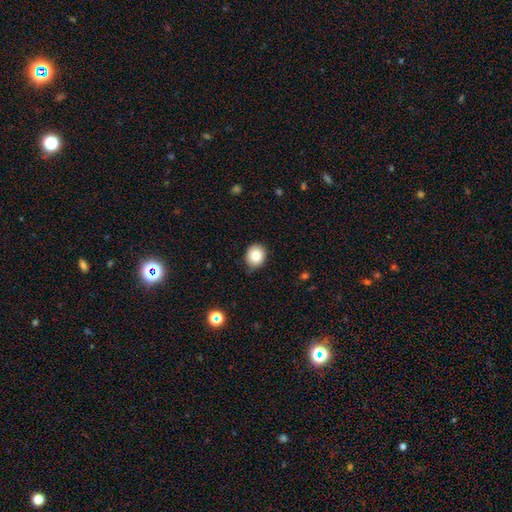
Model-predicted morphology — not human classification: This appears to be a smooth galaxy with no disk features (85%) that is round (76%). Merging: none (83%).